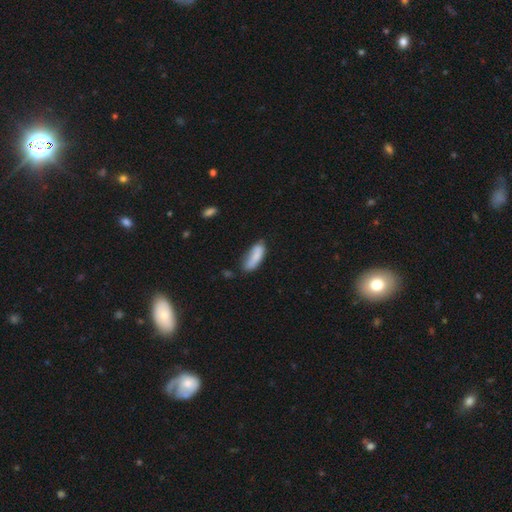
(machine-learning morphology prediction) The model was most divided on "merging": none: 54%, minor disturbance: 31%, major disturbance: 9%, merger: 6%. More confident: smooth or featured — smooth (81%); how rounded — in between (62%).